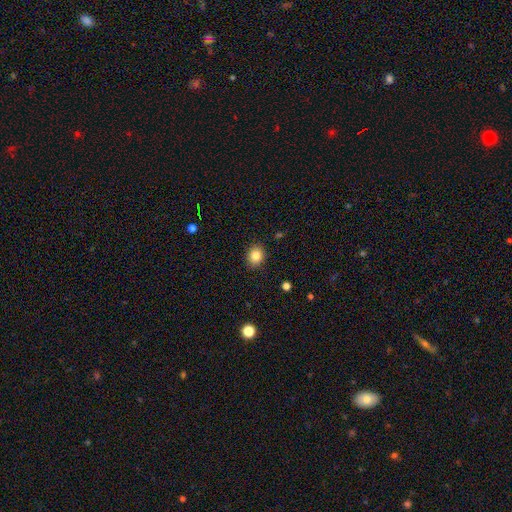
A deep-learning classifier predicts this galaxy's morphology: Smooth or featured? smooth (84%)
How rounded? round (64%)
Merging? none (89%)